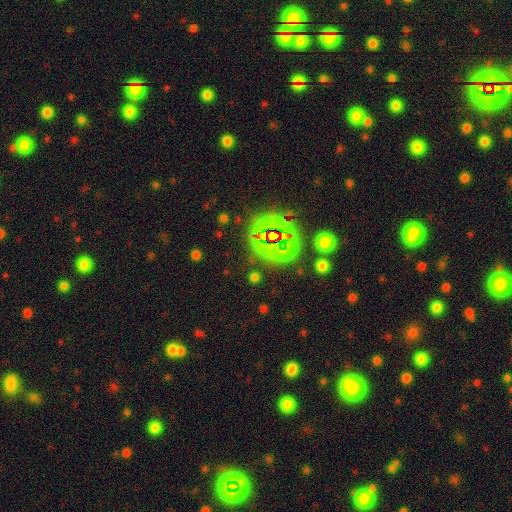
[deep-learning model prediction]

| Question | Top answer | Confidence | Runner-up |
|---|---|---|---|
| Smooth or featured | star or artifact | 76% | smooth (16%) |